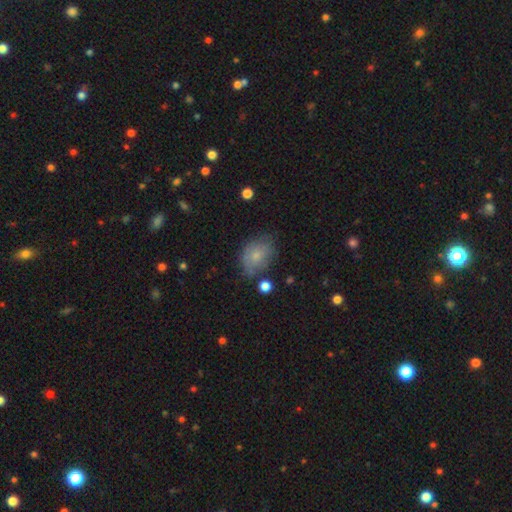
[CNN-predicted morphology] type=smooth (70%); roundness=in between (67%); merging=none (54%).